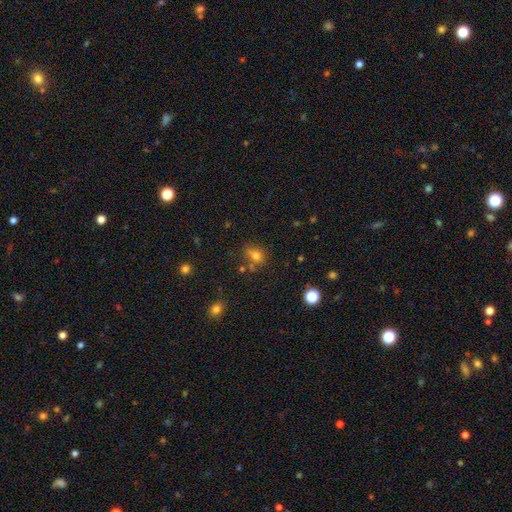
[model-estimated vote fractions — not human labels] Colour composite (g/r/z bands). It shows a smooth galaxy with no disk features (71%) that is round (65%). Merging: none (62%).